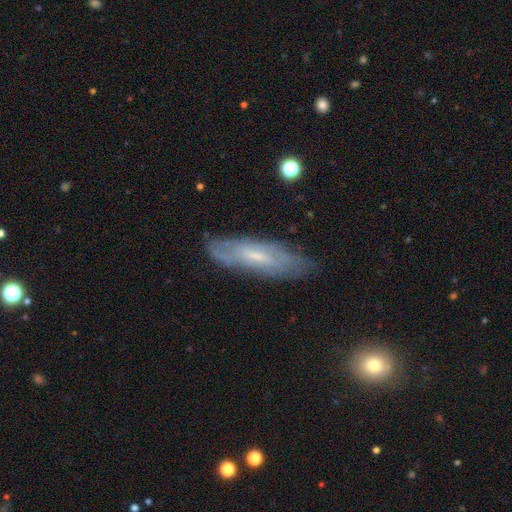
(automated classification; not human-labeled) A featured or disk galaxy (59%). Merging: none (75%).